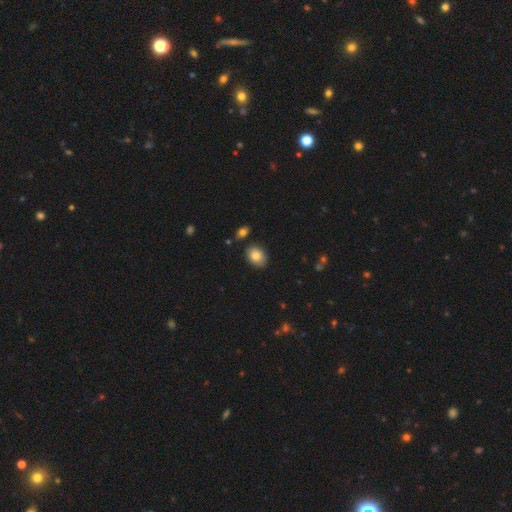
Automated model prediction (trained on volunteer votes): Smooth or featured? Predicted: smooth (p=0.83). How rounded? Predicted: in between (p=0.58). Merging? Predicted: none (p=0.82).